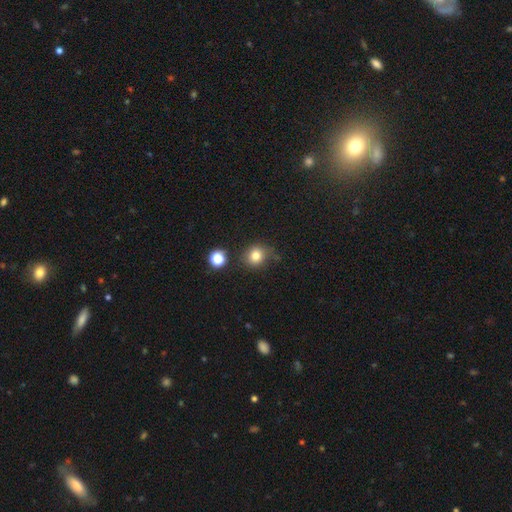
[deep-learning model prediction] smooth_or_featured: smooth (p=0.80) [alt: star or artifact p=0.13]
how_rounded: round (p=0.80) [alt: in between p=0.19]
merging: none (p=0.71) [alt: minor disturbance p=0.17]